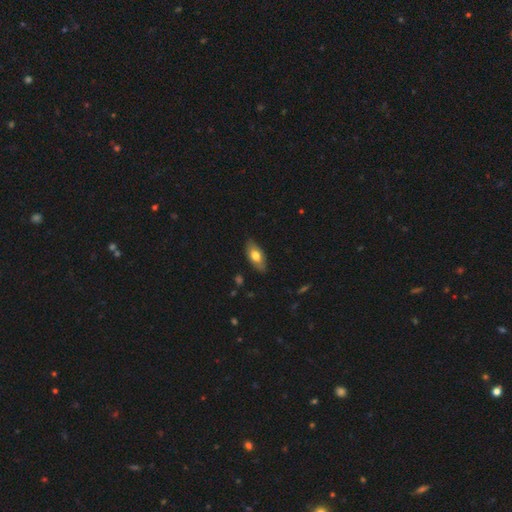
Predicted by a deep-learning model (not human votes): Q: Smooth or featured?
A: smooth (67%); runner-up: featured or disk (27%)
Q: How rounded?
A: in between (89%); runner-up: cigar-shaped (8%)
Q: Merging?
A: none (83%); runner-up: minor disturbance (14%)